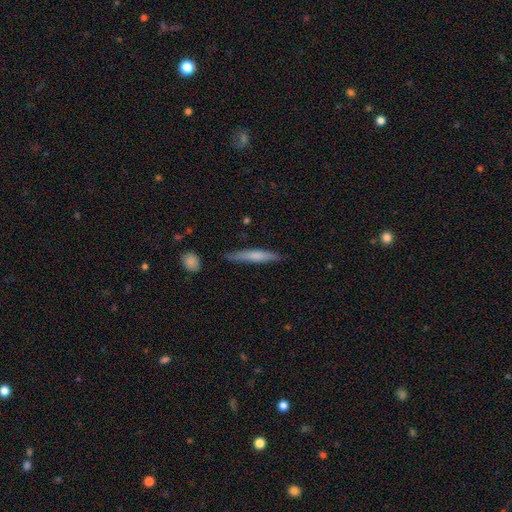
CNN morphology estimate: smooth-or-featured: smooth: 59% | featured or disk: 35% | star or artifact: 6%
  how-rounded: cigar-shaped: 92% | in between: 6% | round: 2%
  merging: none: 83% | minor disturbance: 12% | major disturbance: 2% | merger: 2%